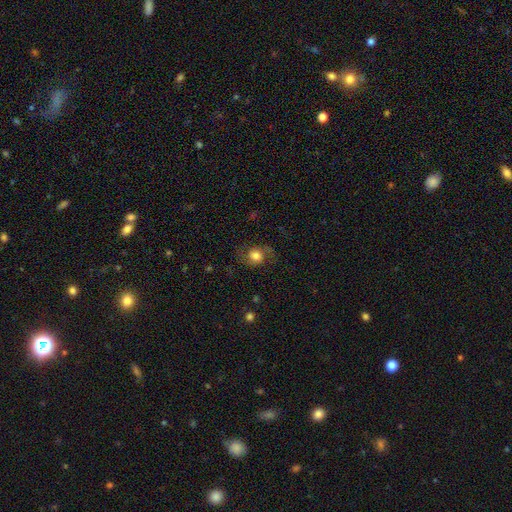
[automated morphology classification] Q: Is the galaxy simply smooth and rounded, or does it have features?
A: featured or disk — 47%.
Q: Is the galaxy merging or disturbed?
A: none — 71%.